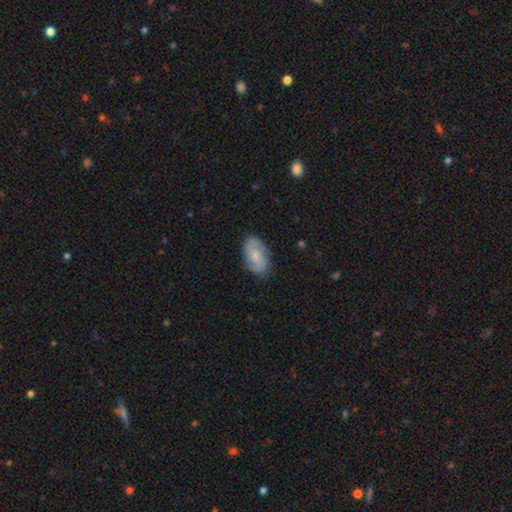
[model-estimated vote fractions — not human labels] This is possibly a smooth galaxy (52%). How rounded: clearly in between (91%). Merging: clearly none (80%).